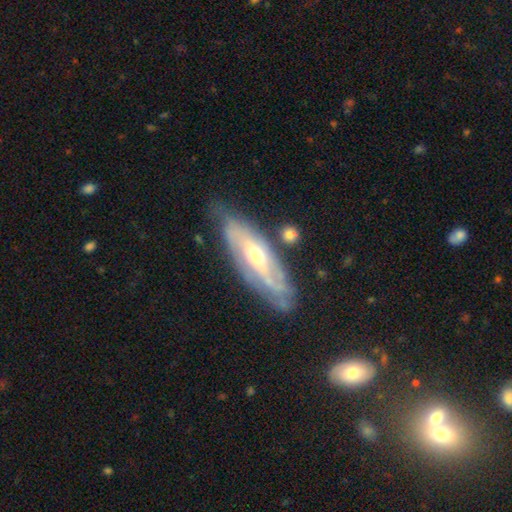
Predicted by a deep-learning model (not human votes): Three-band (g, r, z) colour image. It shows a featured or disk galaxy (78%) with no bar (52%), spiral arms (79%) and a moderate central bulge (59%). Merging: none (71%).